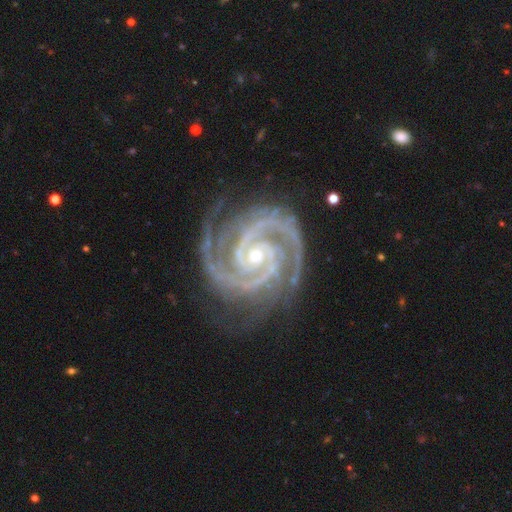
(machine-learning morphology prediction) Smooth or featured: featured or disk — 95% (star or artifact — 4%)
Edge-on disk: no — 98% (yes — 2%)
Bar: no — 53% (weak — 29%)
Spiral arms: yes — 99% (no — 1%)
Spiral winding: tight — 76% (medium — 22%)
Spiral arm count: 2 — 66% (3 — 19%)
Bulge size: small — 58% (moderate — 39%)
Merging: none — 76% (minor disturbance — 17%)